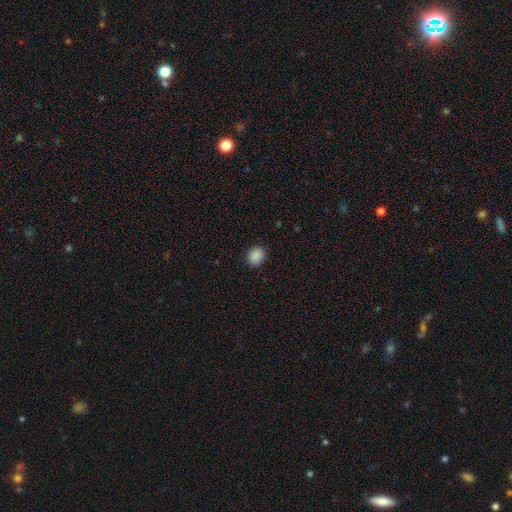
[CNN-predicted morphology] Smooth or featured?
  - smooth: 88% *
  - star or artifact: 9%
  - featured or disk: 2%
How rounded?
  - round: 62% *
  - in between: 37%
  - cigar-shaped: 1%
Merging?
  - none: 89% *
  - minor disturbance: 8%
  - major disturbance: 2%
  - merger: 1%